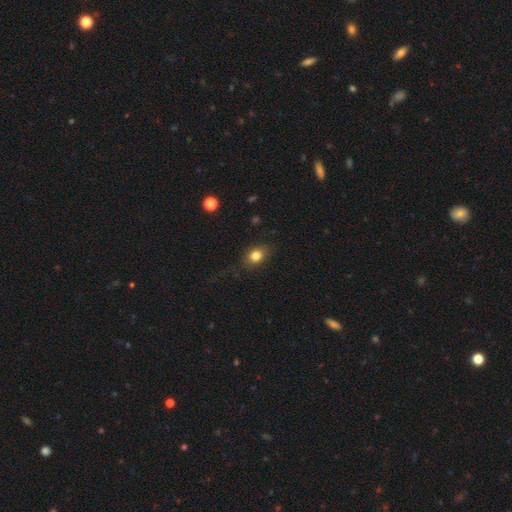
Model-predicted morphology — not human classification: Smooth or featured: smooth — 81% (star or artifact — 10%)
How rounded: in between — 60% (round — 38%)
Merging: none — 76% (minor disturbance — 15%)